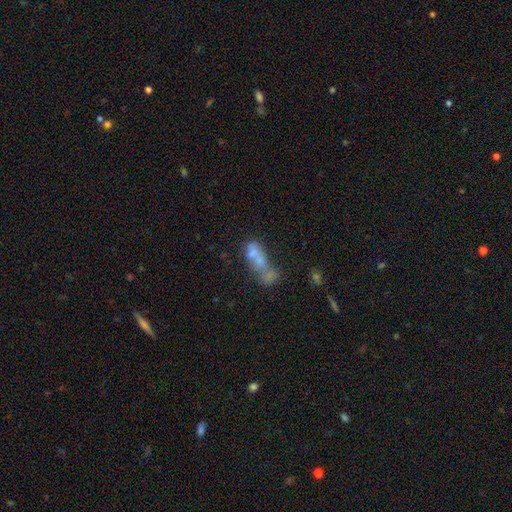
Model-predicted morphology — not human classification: Smooth or featured: smooth — 51% (featured or disk — 34%)
How rounded: in between — 64% (cigar-shaped — 20%)
Merging: merger — 61% (none — 18%)